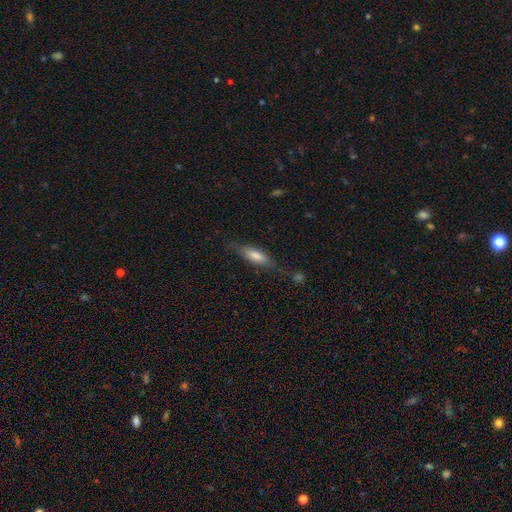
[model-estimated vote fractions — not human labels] Smooth or featured? Predicted: smooth (p=0.61). How rounded? Predicted: cigar-shaped (p=0.56). Merging? Predicted: none (p=0.65).